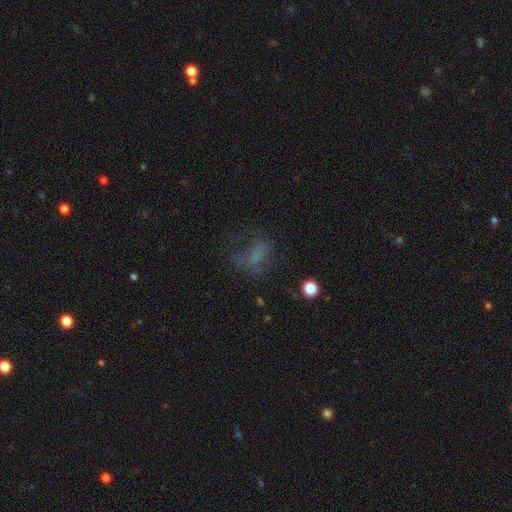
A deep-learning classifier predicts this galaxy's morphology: Smooth or featured?
  - smooth: 49% *
  - featured or disk: 28%
  - star or artifact: 23%
Merging?
  - none: 45% *
  - major disturbance: 32%
  - minor disturbance: 21%
  - merger: 3%